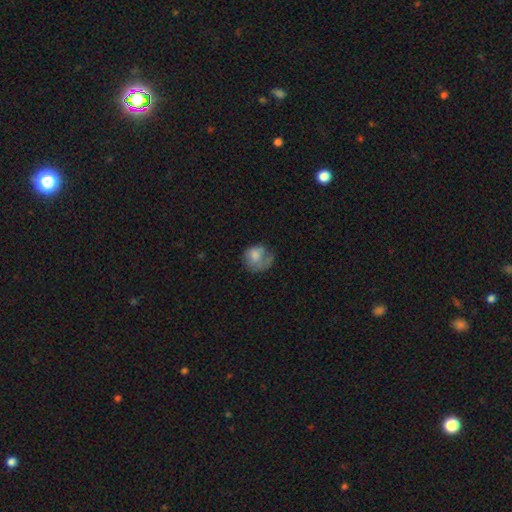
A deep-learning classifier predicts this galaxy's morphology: A smooth galaxy with no disk features (65%) that is round (66%). Merging: major disturbance (37%).